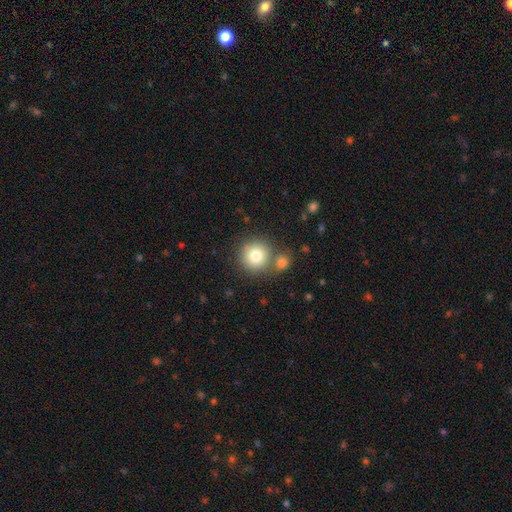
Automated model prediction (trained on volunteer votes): This appears to be a smooth galaxy with no disk features (79%) that is round (93%). Merging: none (67%).